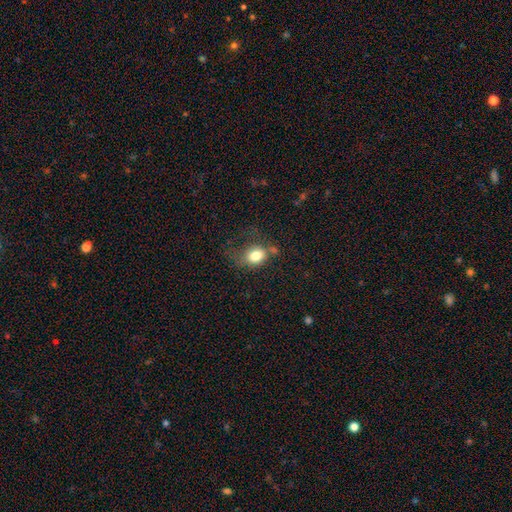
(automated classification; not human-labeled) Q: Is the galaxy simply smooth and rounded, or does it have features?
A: smooth — 78%.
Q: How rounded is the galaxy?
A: in between — 54%.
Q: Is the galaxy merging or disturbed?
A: none — 45%.